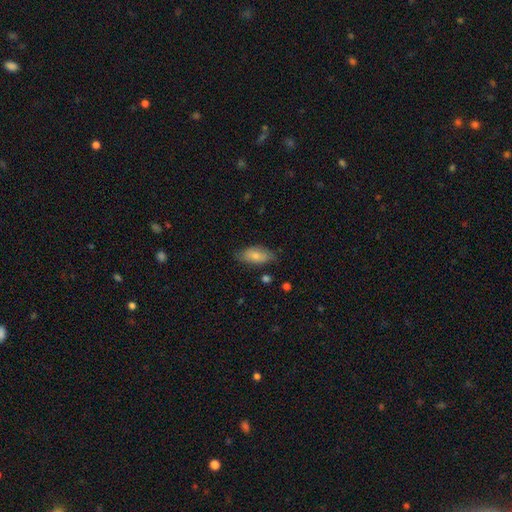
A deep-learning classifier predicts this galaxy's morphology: This is likely a smooth galaxy (74%). How rounded: clearly in between (88%). Merging: likely none (70%).